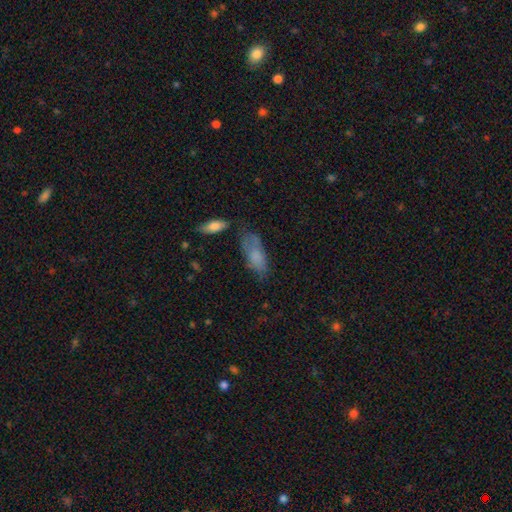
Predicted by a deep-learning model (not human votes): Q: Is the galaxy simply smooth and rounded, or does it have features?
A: smooth — 72%.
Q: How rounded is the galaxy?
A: in between — 79%.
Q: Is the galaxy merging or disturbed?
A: none — 52%.